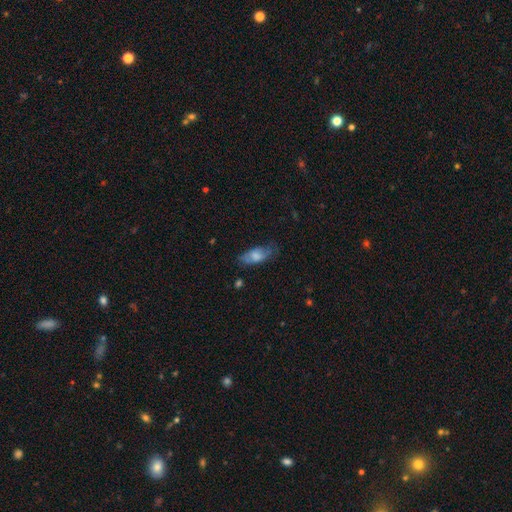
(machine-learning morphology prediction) This appears to be a smooth galaxy with no disk features (64%) that is in between round and cigar-shaped (81%). Merging: none (56%).